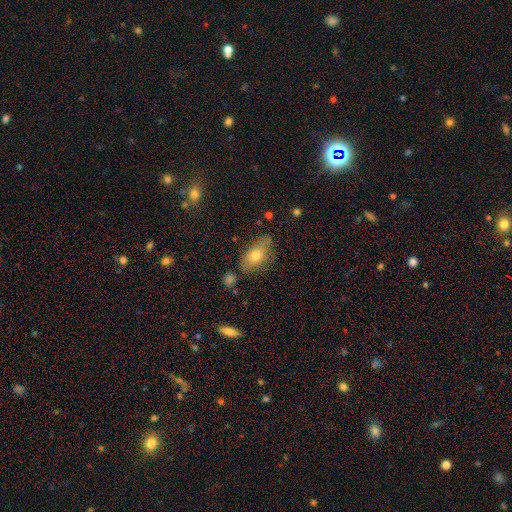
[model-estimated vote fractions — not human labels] A smooth galaxy with no disk features (72%) that is in between round and cigar-shaped (88%).

Vote fractions:
- Smooth or featured? smooth: 72% / featured or disk: 20% / star or artifact: 9%
- How rounded? in between: 88% / round: 8% / cigar-shaped: 4%
- Merging? none: 62% / minor disturbance: 26% / major disturbance: 7% / merger: 5%